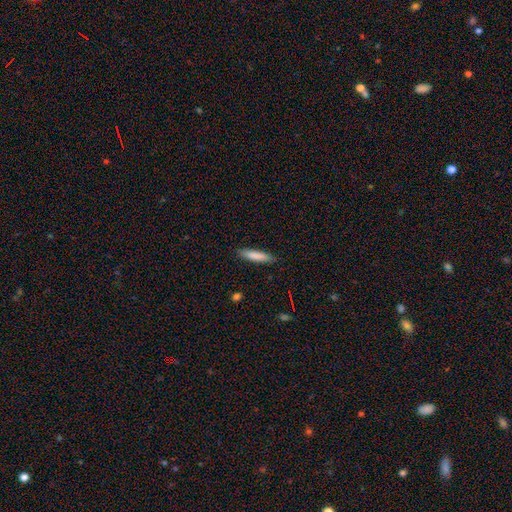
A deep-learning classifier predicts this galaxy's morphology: smooth_or_featured: smooth (p=0.83) [alt: featured or disk p=0.11]
how_rounded: cigar-shaped (p=0.83) [alt: in between p=0.15]
merging: none (p=0.88) [alt: minor disturbance p=0.09]